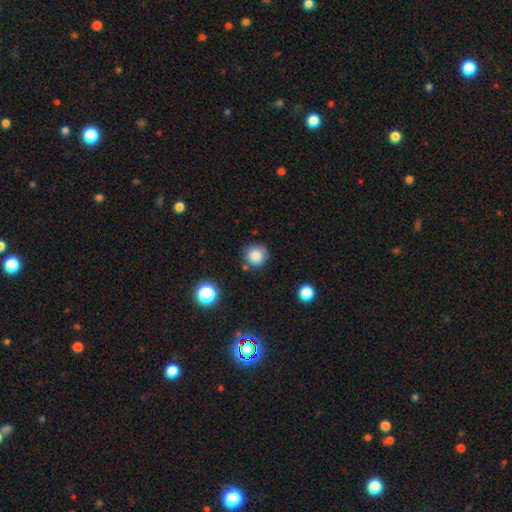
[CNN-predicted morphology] Overall: smooth (84%). How rounded: round (93%). Merging: none (79%).